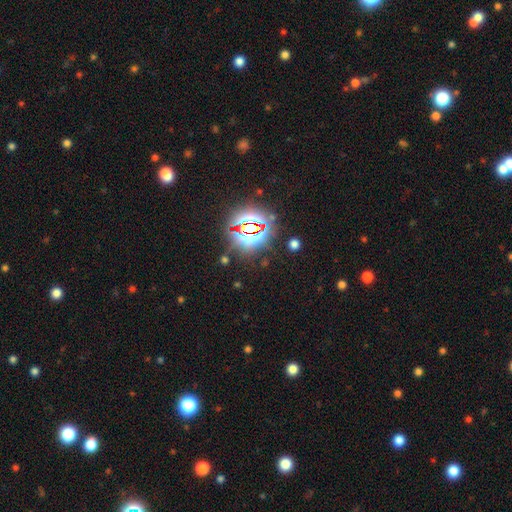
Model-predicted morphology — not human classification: type=star or artifact (84%).